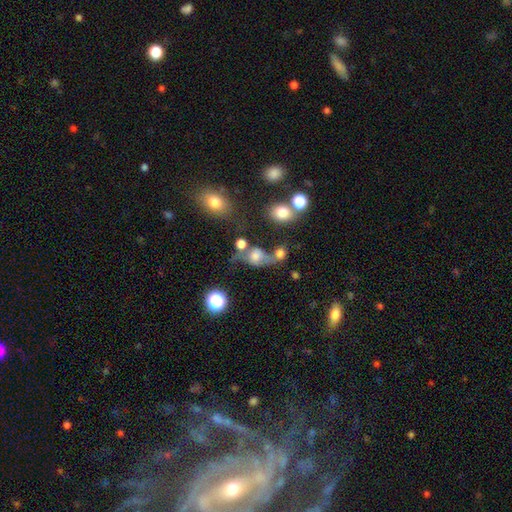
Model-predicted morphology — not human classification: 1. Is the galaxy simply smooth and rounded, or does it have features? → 49% smooth, 34% featured or disk, 17% star or artifact.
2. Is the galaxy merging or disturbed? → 32% merger, 31% none, 20% major disturbance, 18% minor disturbance.